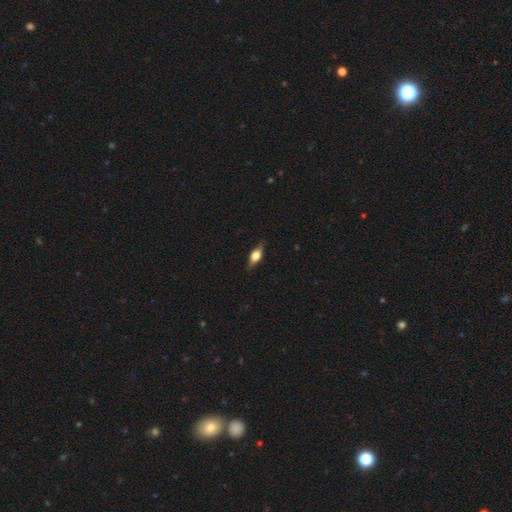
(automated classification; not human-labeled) Q: Smooth or featured?
A: featured or disk (52%); runner-up: smooth (40%)
Q: Edge-on disk?
A: yes (92%); runner-up: no (8%)
Q: Merging?
A: none (85%); runner-up: minor disturbance (12%)